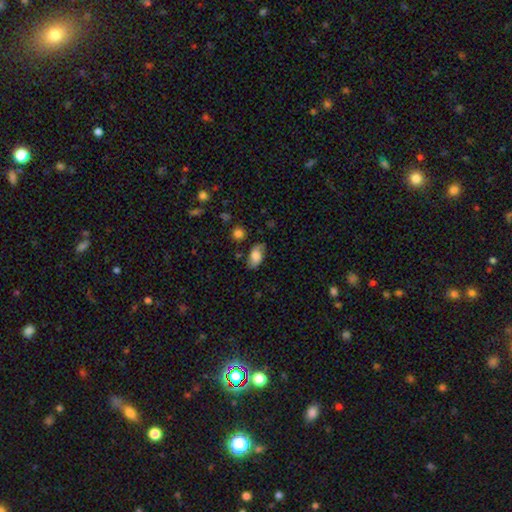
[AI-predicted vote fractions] Smooth or featured?
  - smooth: 68% *
  - featured or disk: 24%
  - star or artifact: 8%
How rounded?
  - in between: 90% *
  - round: 6%
  - cigar-shaped: 4%
Merging?
  - none: 71% *
  - minor disturbance: 21%
  - major disturbance: 5%
  - merger: 3%